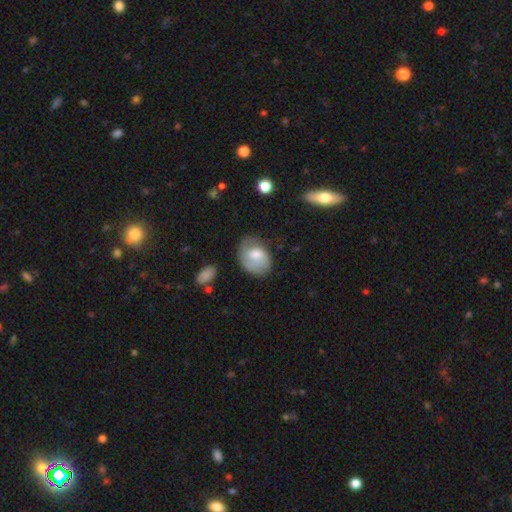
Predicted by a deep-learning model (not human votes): This appears to be a smooth galaxy with no disk features (56%) that is in between round and cigar-shaped (63%). Merging: none (55%).